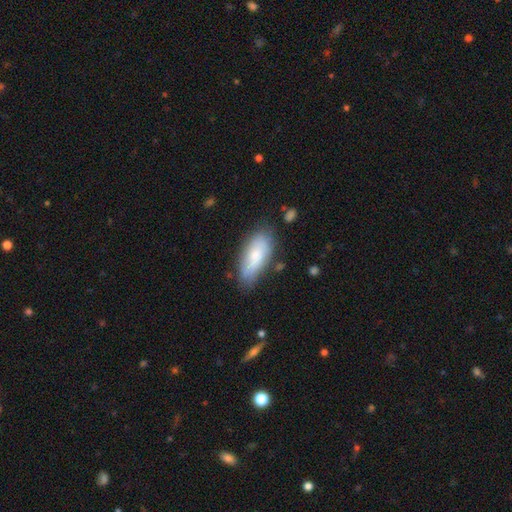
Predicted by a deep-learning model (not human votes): Smooth or featured: smooth — 69% (featured or disk — 25%)
How rounded: in between — 83% (cigar-shaped — 14%)
Merging: none — 68% (minor disturbance — 23%)